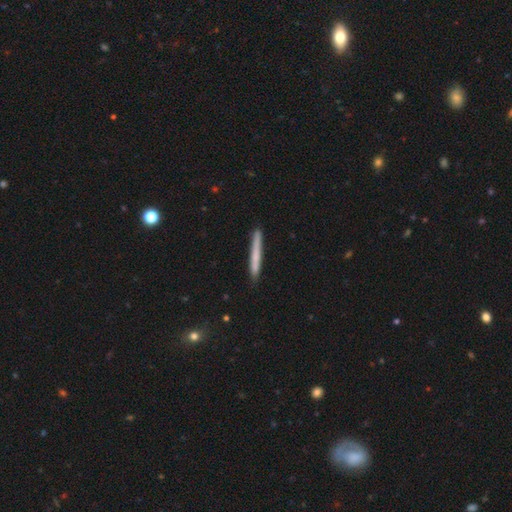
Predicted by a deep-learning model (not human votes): A smooth galaxy with no disk features (63%) that is cigar-shaped (97%).

Vote fractions:
- Smooth or featured? smooth: 63% / featured or disk: 31% / star or artifact: 6%
- How rounded? cigar-shaped: 97% / in between: 2% / round: 1%
- Merging? none: 89% / minor disturbance: 9% / major disturbance: 1% / merger: 1%